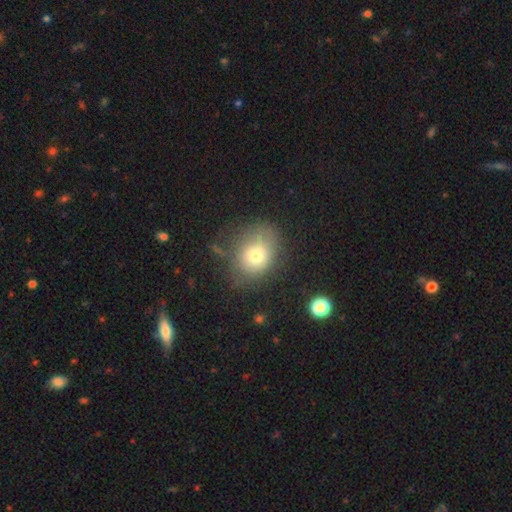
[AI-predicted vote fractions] smooth-or-featured: smooth: 72% | featured or disk: 17% | star or artifact: 11%
  how-rounded: round: 51% | in between: 48% | cigar-shaped: 1%
  merging: none: 63% | minor disturbance: 22% | major disturbance: 11% | merger: 3%